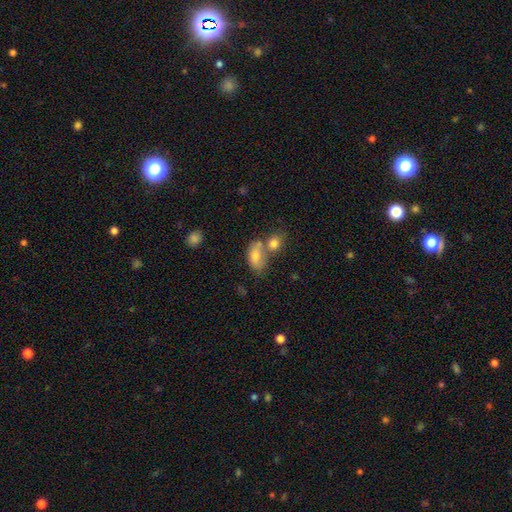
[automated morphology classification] type=smooth (73%); roundness=in between (84%); merging=merger (48%).